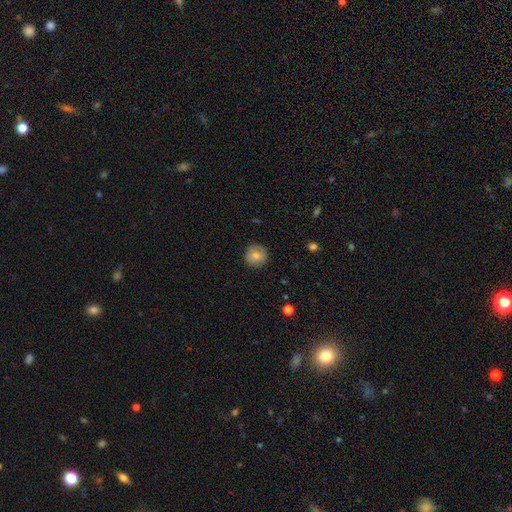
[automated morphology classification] Smooth or featured? Predicted: smooth (p=0.80). How rounded? Predicted: round (p=0.94). Merging? Predicted: none (p=0.88).